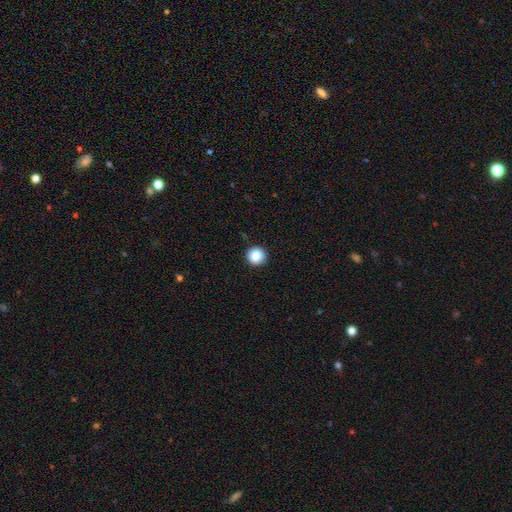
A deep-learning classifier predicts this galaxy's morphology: This appears to be a smooth galaxy with no disk features (87%) that is round (96%). Merging: none (93%).